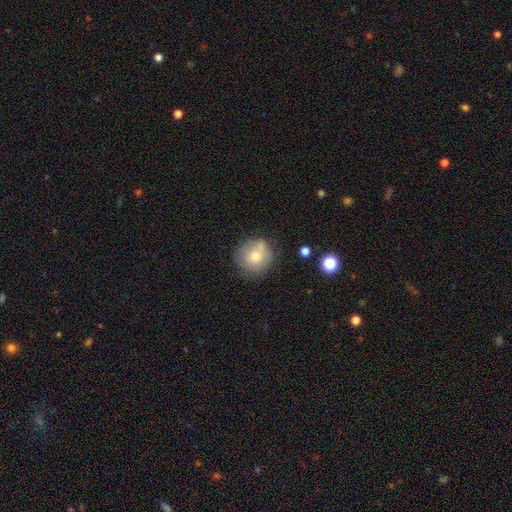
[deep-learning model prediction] A smooth galaxy with no disk features (72%) that is round (90%). Merging: none (65%).